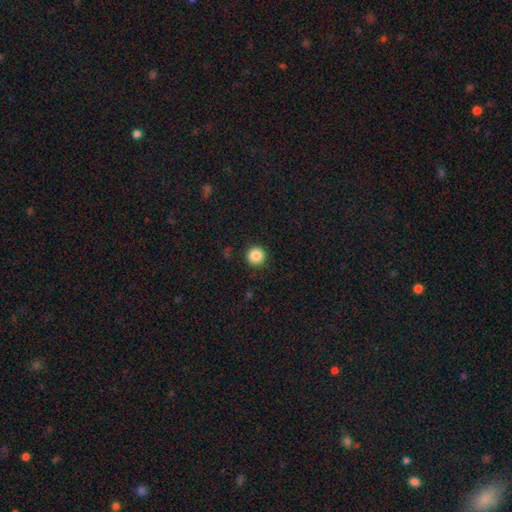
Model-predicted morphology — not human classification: This appears to be a smooth galaxy with no disk features (86%) that is round (96%). Merging: none (92%).